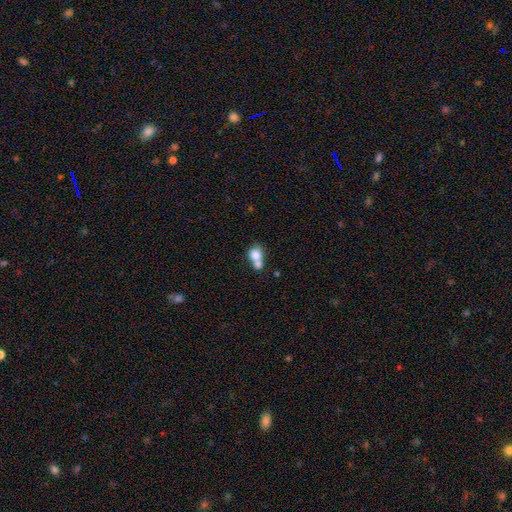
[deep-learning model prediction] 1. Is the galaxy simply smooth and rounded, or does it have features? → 76% smooth, 14% featured or disk, 9% star or artifact.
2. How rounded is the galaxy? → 74% round, 25% in between, 1% cigar-shaped.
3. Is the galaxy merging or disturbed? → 63% merger, 28% none, 6% minor disturbance, 3% major disturbance.